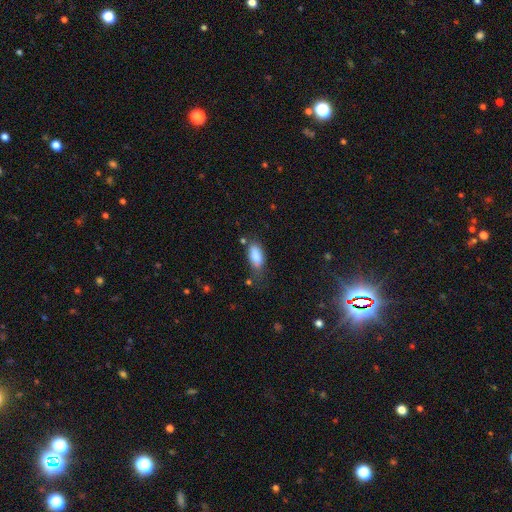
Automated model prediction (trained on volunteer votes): smooth 85%, star or artifact 8%, featured or disk 7%. Down the decision tree: how rounded — in between (87%); merging — none (56%).